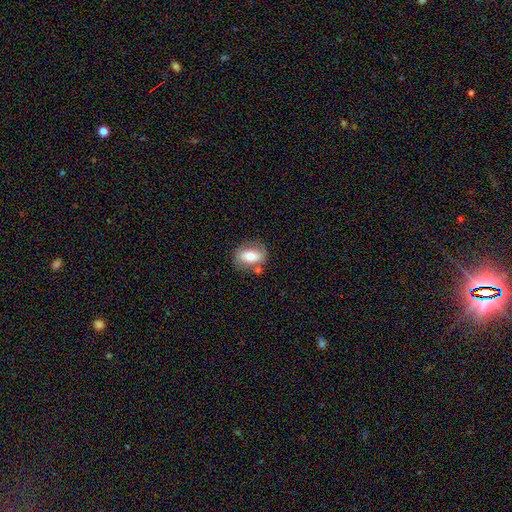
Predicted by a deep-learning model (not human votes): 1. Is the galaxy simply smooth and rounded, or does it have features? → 59% smooth, 33% featured or disk, 8% star or artifact.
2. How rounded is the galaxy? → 74% in between, 23% round, 3% cigar-shaped.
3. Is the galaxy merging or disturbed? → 69% none, 16% minor disturbance, 9% merger, 5% major disturbance.